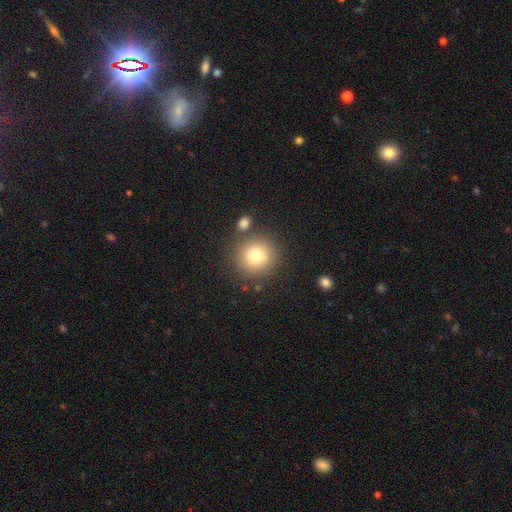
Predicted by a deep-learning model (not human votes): The model was most divided on "smooth or featured": smooth: 76%, star or artifact: 12%, featured or disk: 12%. More confident: how rounded — round (91%); merging — none (79%).